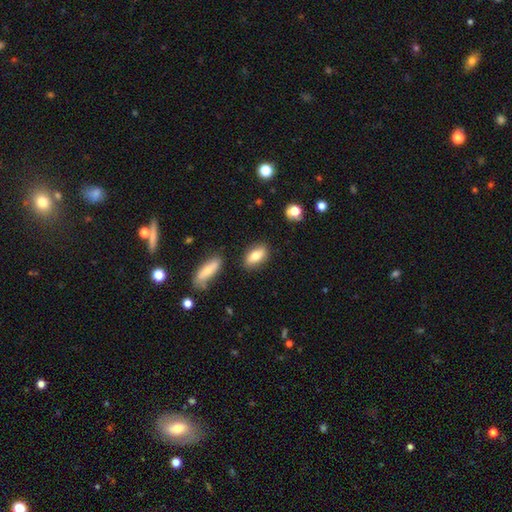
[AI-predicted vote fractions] Smooth or featured? smooth (77%)
How rounded? in between (84%)
Merging? none (84%)